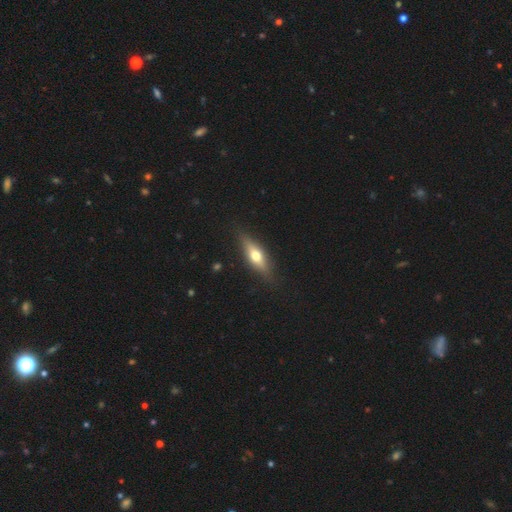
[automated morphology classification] Smooth or featured? Predicted: smooth (p=0.48). Merging? Predicted: none (p=0.86).